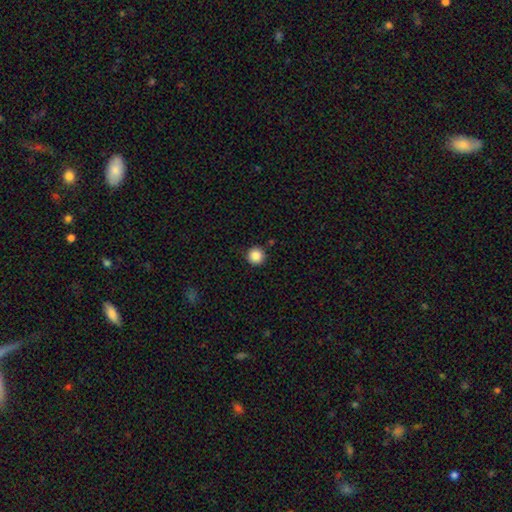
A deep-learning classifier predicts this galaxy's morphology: This is clearly a smooth galaxy (87%). How rounded: clearly round (96%). Merging: clearly none (91%).